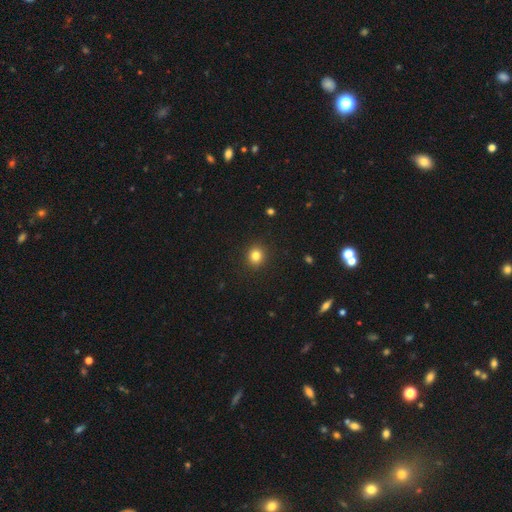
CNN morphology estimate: Overall: smooth (82%). How rounded: round (83%). Merging: none (91%).